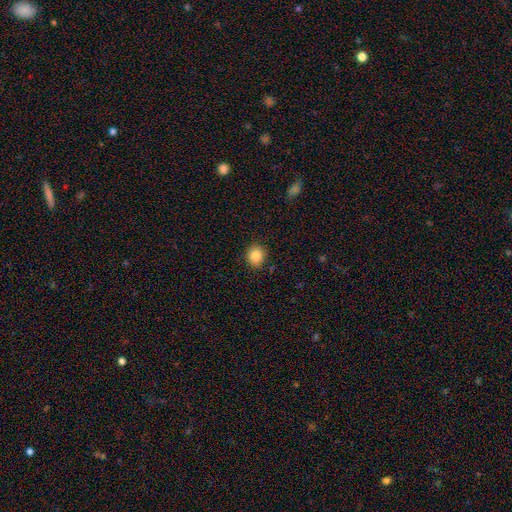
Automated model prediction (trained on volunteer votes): Smooth or featured? Predicted: smooth (p=0.87). How rounded? Predicted: round (p=0.76). Merging? Predicted: none (p=0.88).